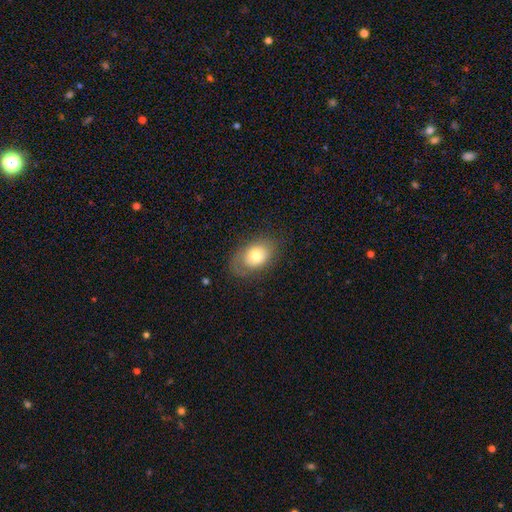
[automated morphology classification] Smooth or featured? smooth (67%)
How rounded? in between (76%)
Merging? none (71%)